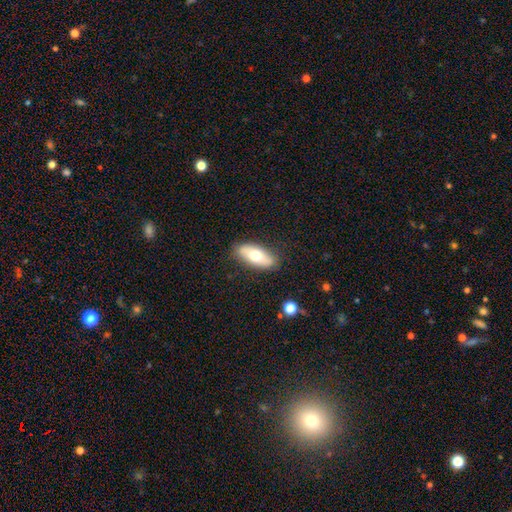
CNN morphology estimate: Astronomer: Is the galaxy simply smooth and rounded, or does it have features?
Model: smooth — 65%.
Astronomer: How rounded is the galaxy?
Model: in between — 81%.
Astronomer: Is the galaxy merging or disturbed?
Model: none — 85%.